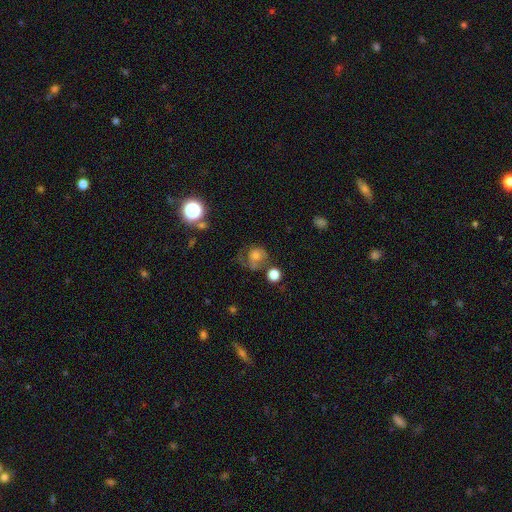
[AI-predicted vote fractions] smooth 54%, featured or disk 32%, star or artifact 14%. Down the decision tree: how rounded — round (73%); merging — none (36%).